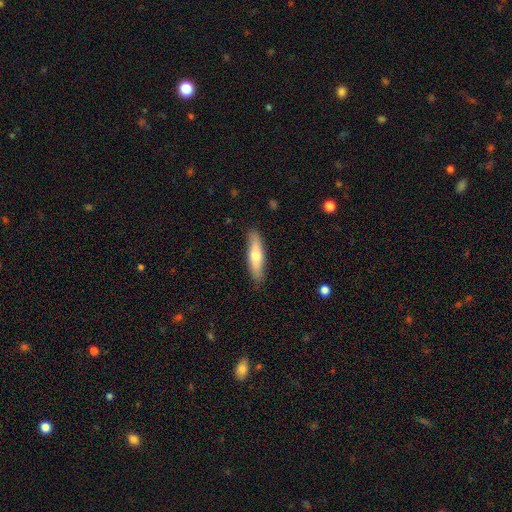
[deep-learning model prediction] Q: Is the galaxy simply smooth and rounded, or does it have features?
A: smooth — 59%.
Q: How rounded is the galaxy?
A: cigar-shaped — 73%.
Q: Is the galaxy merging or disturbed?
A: none — 87%.